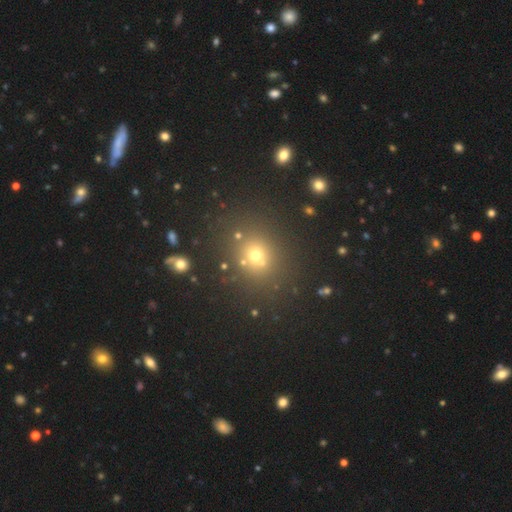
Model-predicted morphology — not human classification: smooth-or-featured: smooth: 60% | star or artifact: 29% | featured or disk: 11%
  how-rounded: round: 74% | in between: 25% | cigar-shaped: 1%
  merging: none: 73% | merger: 12% | minor disturbance: 10% | major disturbance: 4%